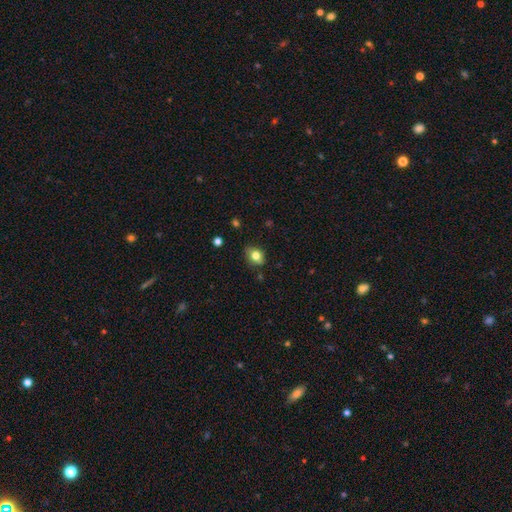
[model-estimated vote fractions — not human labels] Q: Smooth or featured?
A: smooth (78%); runner-up: featured or disk (12%)
Q: How rounded?
A: in between (61%); runner-up: round (37%)
Q: Merging?
A: none (74%); runner-up: minor disturbance (20%)